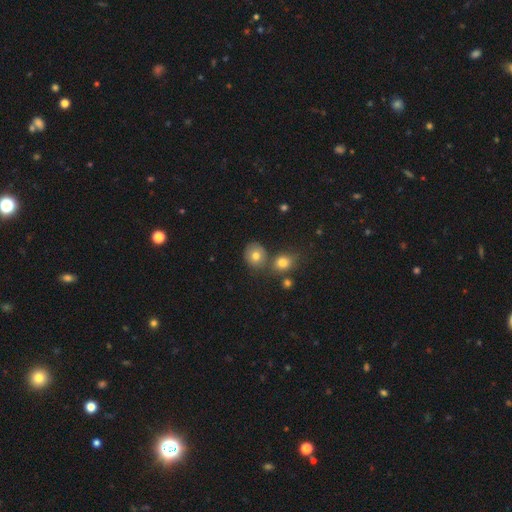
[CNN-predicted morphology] A smooth galaxy with no disk features (76%) that is round (78%). Merging: none (66%).